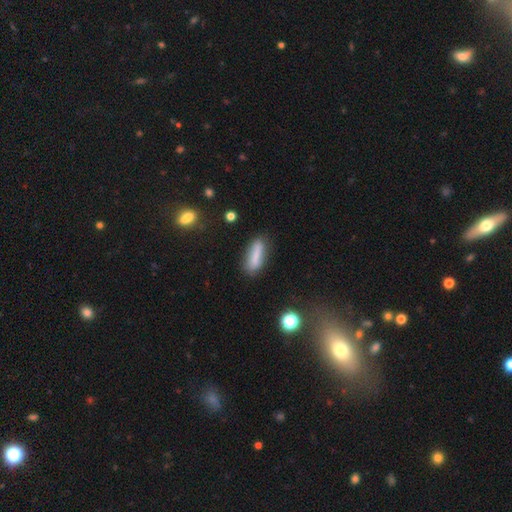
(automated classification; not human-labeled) Smooth or featured?
  - smooth: 75% *
  - featured or disk: 16%
  - star or artifact: 9%
How rounded?
  - cigar-shaped: 57% *
  - in between: 41%
  - round: 2%
Merging?
  - none: 74% *
  - minor disturbance: 17%
  - major disturbance: 5%
  - merger: 4%